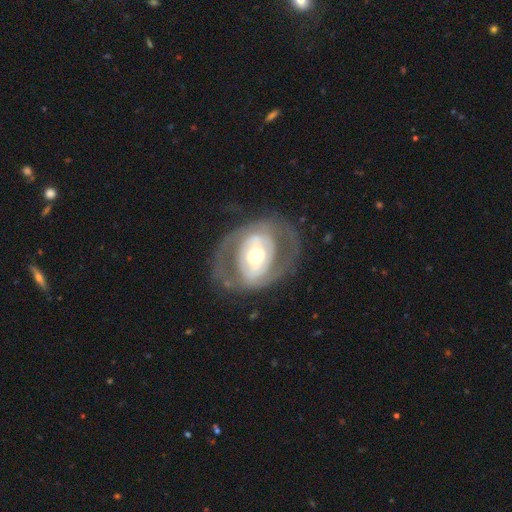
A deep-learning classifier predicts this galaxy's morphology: featured or disk 74%, smooth 21%, star or artifact 5%. Down the decision tree: edge-on disk — no (95%); bar — no (45%); spiral arms — no (51%); bulge size — moderate (64%); merging — none (68%).